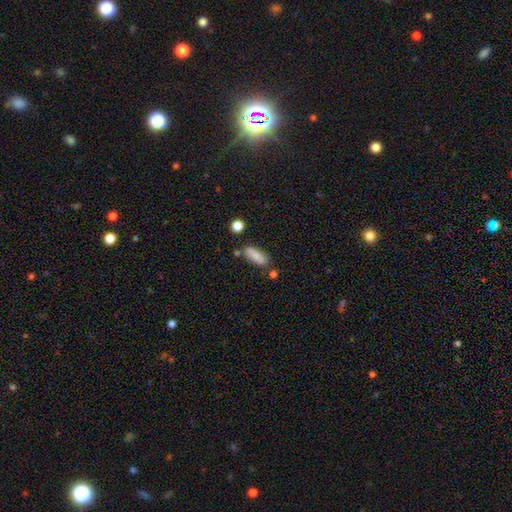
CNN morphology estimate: This appears to be a smooth galaxy with no disk features (82%) that is in between round and cigar-shaped (64%). Merging: none (72%).